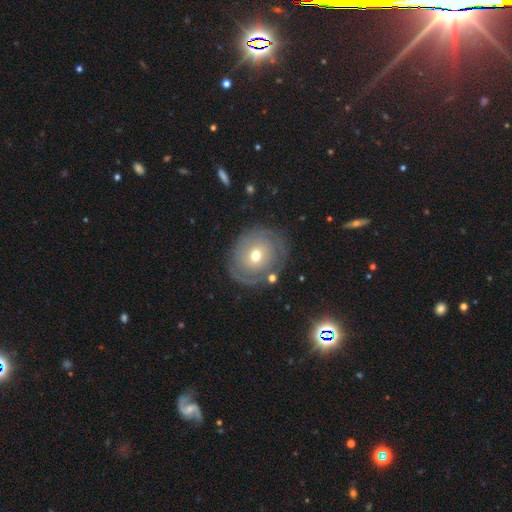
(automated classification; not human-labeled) Morphology: type=featured or disk (56%); edge-on=no (95%); bar=no (77%); spiral arms=yes (64%); bulge=moderate (61%); merging=none (76%).